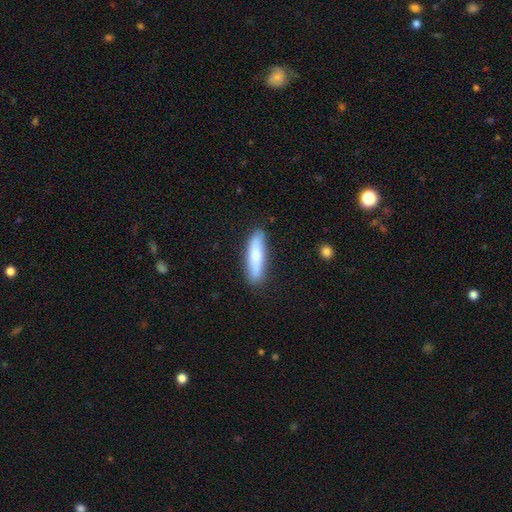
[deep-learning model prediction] Smooth or featured: smooth — 73% (featured or disk — 22%)
How rounded: cigar-shaped — 76% (in between — 23%)
Merging: none — 86% (minor disturbance — 11%)